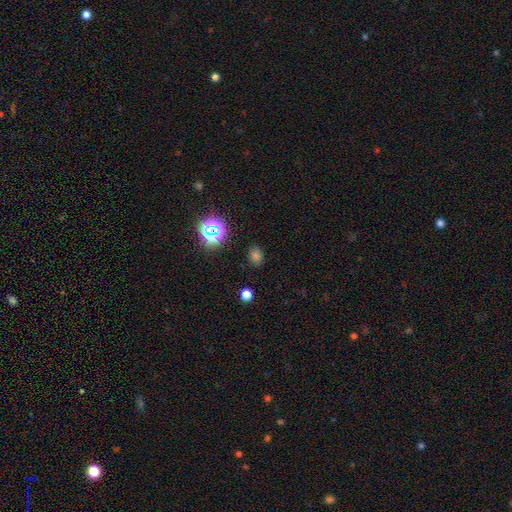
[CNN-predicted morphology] smooth_or_featured: smooth (p=0.63) [alt: star or artifact p=0.31]
how_rounded: round (p=0.52) [alt: in between p=0.47]
merging: none (p=0.86) [alt: minor disturbance p=0.10]